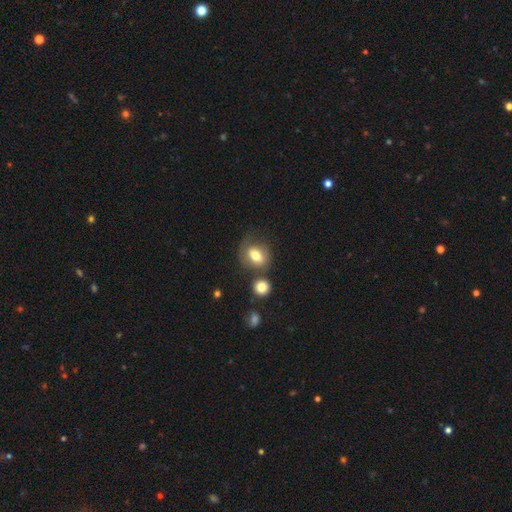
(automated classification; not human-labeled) smooth-or-featured: smooth: 74% | featured or disk: 17% | star or artifact: 9%
  how-rounded: in between: 53% | round: 46% | cigar-shaped: 1%
  merging: none: 57% | minor disturbance: 19% | merger: 16% | major disturbance: 8%